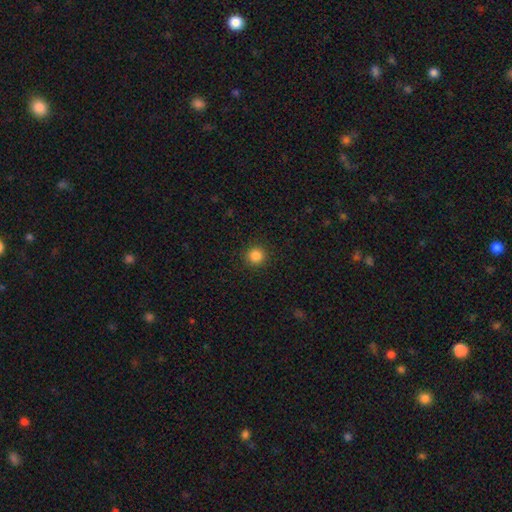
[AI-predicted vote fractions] A smooth galaxy with no disk features (85%) that is round (93%).

Vote fractions:
- Smooth or featured? smooth: 85% / star or artifact: 12% / featured or disk: 4%
- How rounded? round: 93% / in between: 6% / cigar-shaped: 1%
- Merging? none: 92% / minor disturbance: 5% / major disturbance: 2% / merger: 1%